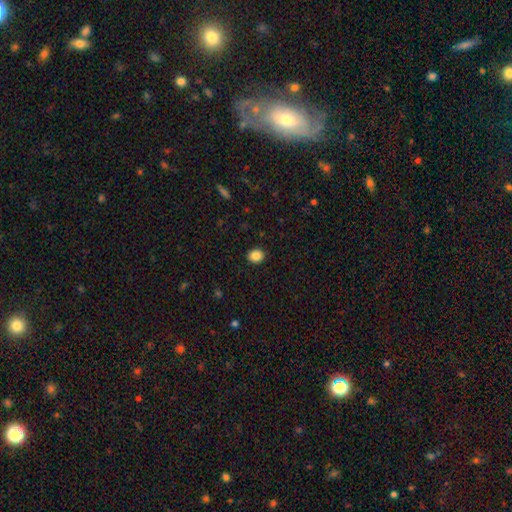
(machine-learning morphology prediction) smooth-or-featured: smooth: 85% | star or artifact: 10% | featured or disk: 5%
  how-rounded: round: 62% | in between: 37% | cigar-shaped: 1%
  merging: none: 91% | minor disturbance: 6% | major disturbance: 2% | merger: 1%